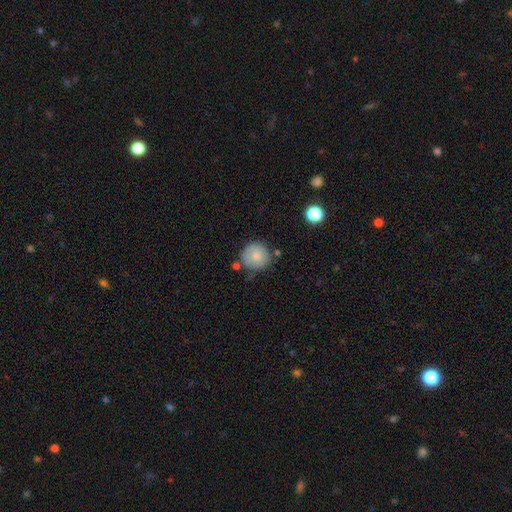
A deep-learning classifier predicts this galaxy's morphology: type=smooth (80%); roundness=round (92%); merging=none (68%).